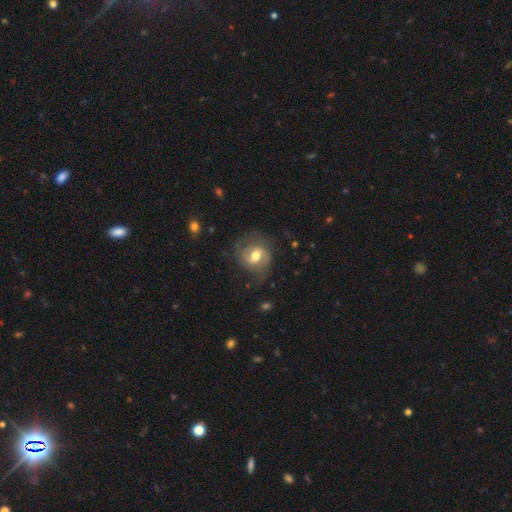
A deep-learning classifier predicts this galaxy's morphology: type=featured or disk (59%); edge-on=no (97%); bar=weak (48%); spiral arms=yes (81%); bulge=moderate (69%); merging=none (60%).